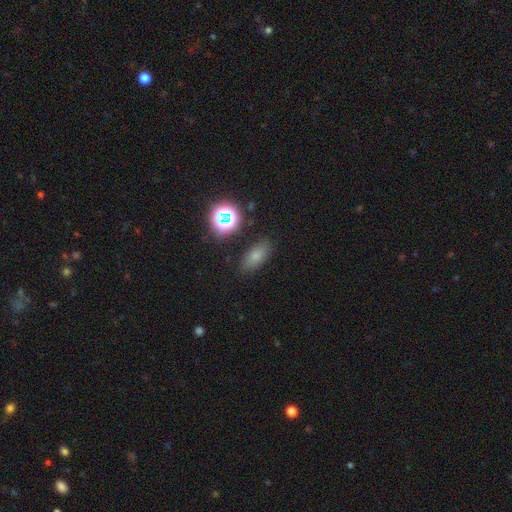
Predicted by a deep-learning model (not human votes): Smooth or featured? smooth (73%)
How rounded? in between (81%)
Merging? none (82%)